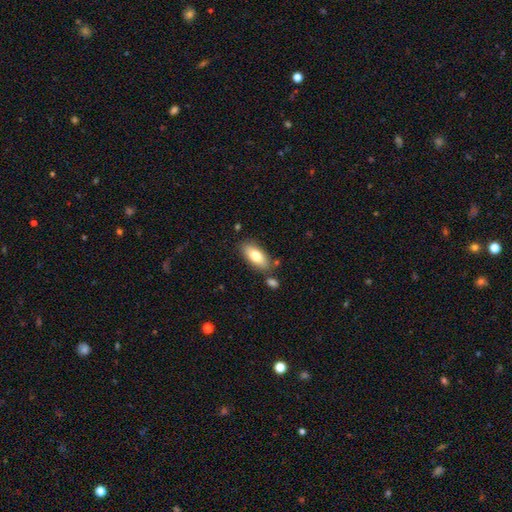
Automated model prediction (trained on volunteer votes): smooth-or-featured: smooth: 77% | featured or disk: 16% | star or artifact: 7%
  how-rounded: in between: 85% | cigar-shaped: 12% | round: 3%
  merging: none: 78% | minor disturbance: 12% | merger: 7% | major disturbance: 3%